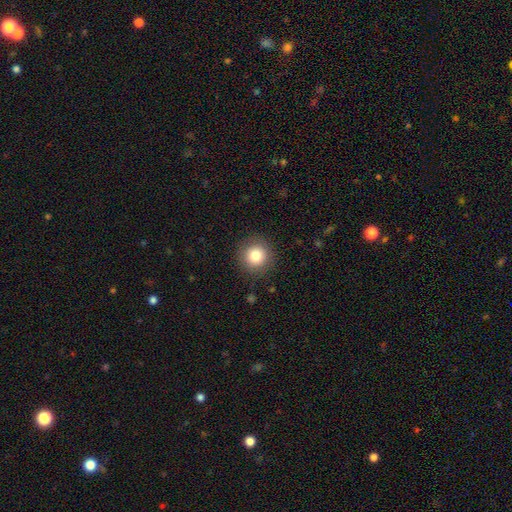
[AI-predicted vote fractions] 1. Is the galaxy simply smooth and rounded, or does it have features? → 81% smooth, 10% star or artifact, 8% featured or disk.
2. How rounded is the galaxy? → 94% round, 5% in between, 1% cigar-shaped.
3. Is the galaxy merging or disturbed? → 89% none, 7% minor disturbance, 3% major disturbance, 1% merger.